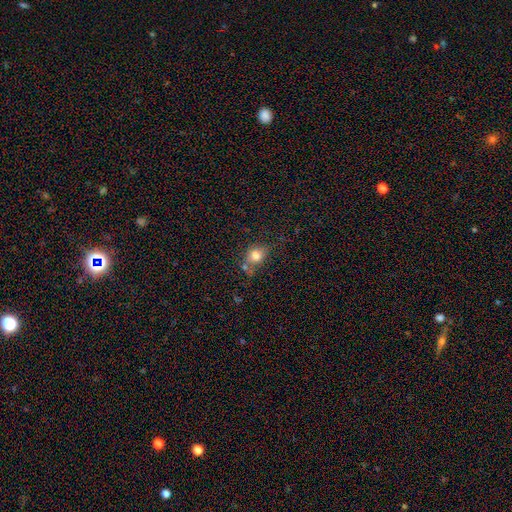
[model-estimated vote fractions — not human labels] This appears to be a smooth galaxy with no disk features (77%) that is round (58%). Merging: none (52%).